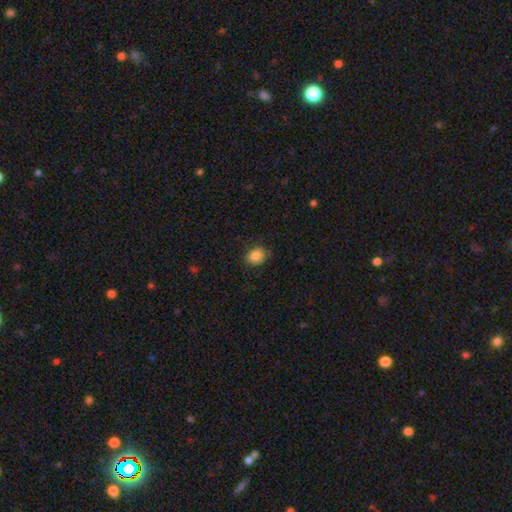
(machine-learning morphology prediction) smooth-or-featured: smooth: 85% | star or artifact: 9% | featured or disk: 6%
  how-rounded: round: 55% | in between: 44% | cigar-shaped: 1%
  merging: none: 79% | minor disturbance: 16% | major disturbance: 4% | merger: 1%